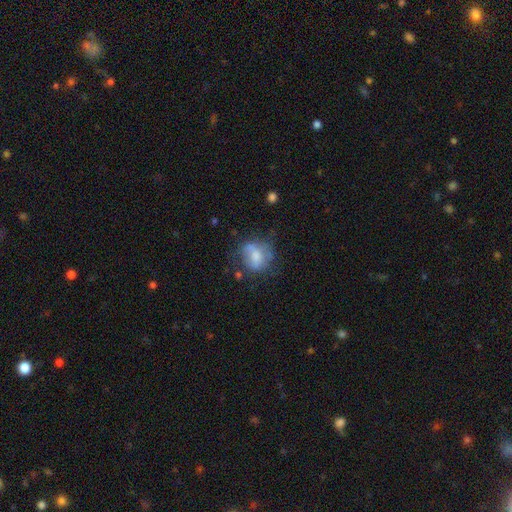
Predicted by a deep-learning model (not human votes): Smooth or featured? smooth (57%)
How rounded? round (63%)
Merging? none (46%)